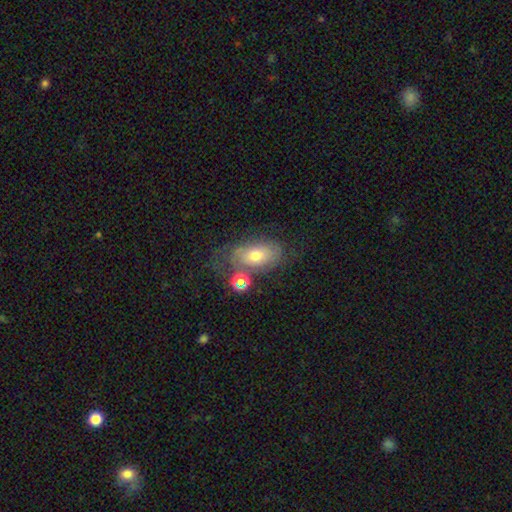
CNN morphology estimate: smooth-or-featured: smooth: 55% | featured or disk: 34% | star or artifact: 11%
  how-rounded: in between: 86% | round: 11% | cigar-shaped: 3%
  merging: none: 48% | minor disturbance: 22% | major disturbance: 16% | merger: 14%